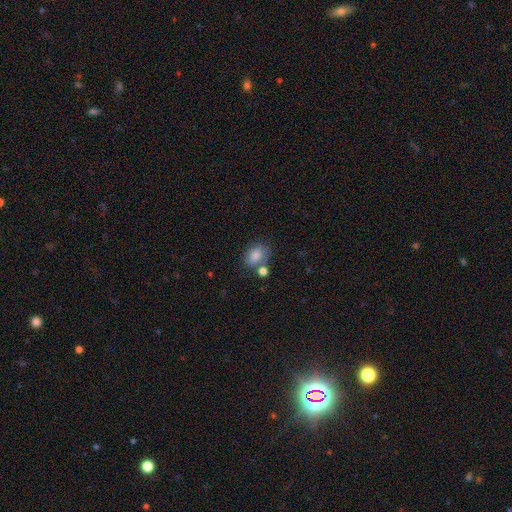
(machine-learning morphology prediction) Smooth or featured: smooth — 80% (featured or disk — 11%)
How rounded: in between — 70% (round — 29%)
Merging: none — 53% (minor disturbance — 20%)